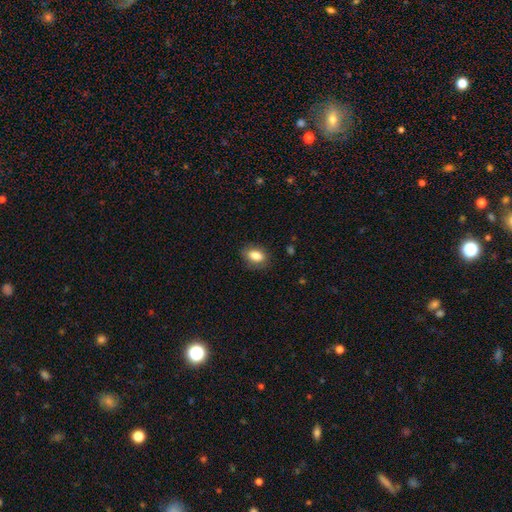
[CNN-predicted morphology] This appears to be a smooth galaxy with no disk features (84%) that is in between round and cigar-shaped (85%). Merging: none (82%).